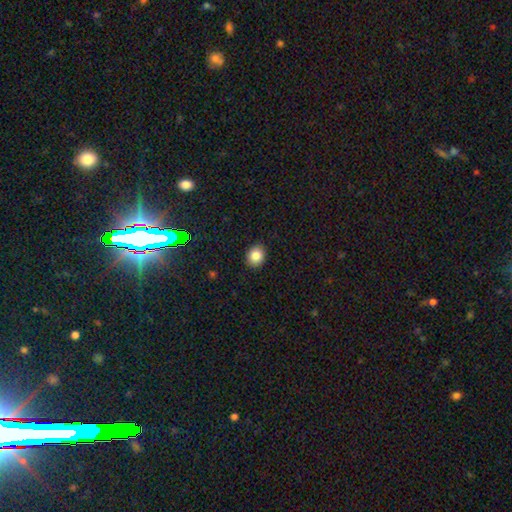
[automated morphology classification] This appears to be a smooth galaxy with no disk features (84%) that is round (65%). Merging: none (90%).